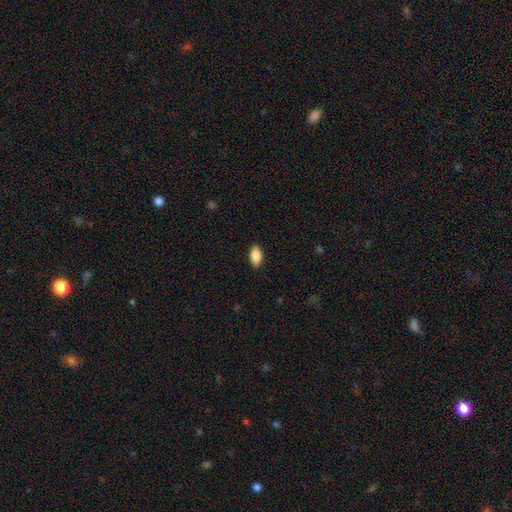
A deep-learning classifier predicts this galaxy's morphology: Smooth or featured? smooth (87%)
How rounded? in between (92%)
Merging? none (88%)